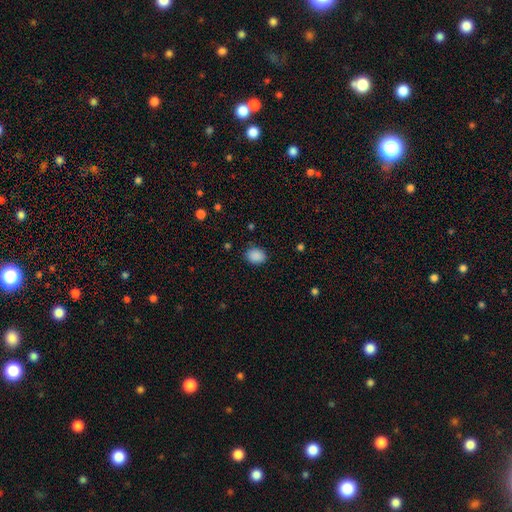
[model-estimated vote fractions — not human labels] Morphology: type=smooth (88%); roundness=in between (54%); merging=none (85%).